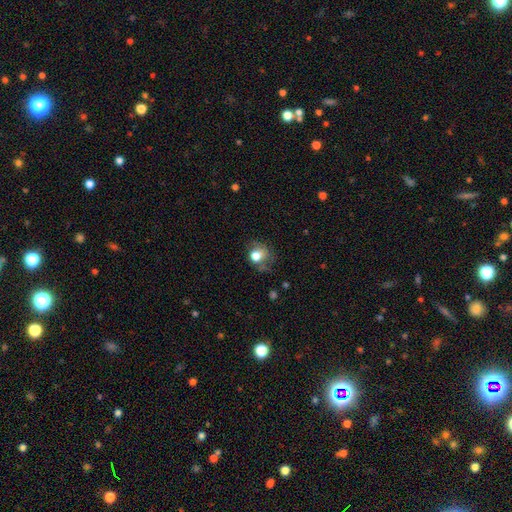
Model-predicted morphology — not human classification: smooth-or-featured: smooth: 71% | featured or disk: 19% | star or artifact: 11%
  how-rounded: round: 67% | in between: 32% | cigar-shaped: 1%
  merging: none: 48% | minor disturbance: 28% | major disturbance: 20% | merger: 3%